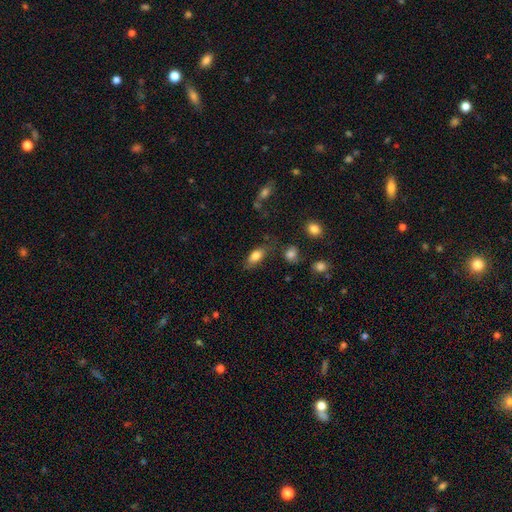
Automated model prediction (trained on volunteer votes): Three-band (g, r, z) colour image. It shows a smooth galaxy with no disk features (81%) that is in between round and cigar-shaped (87%). Merging: none (71%).